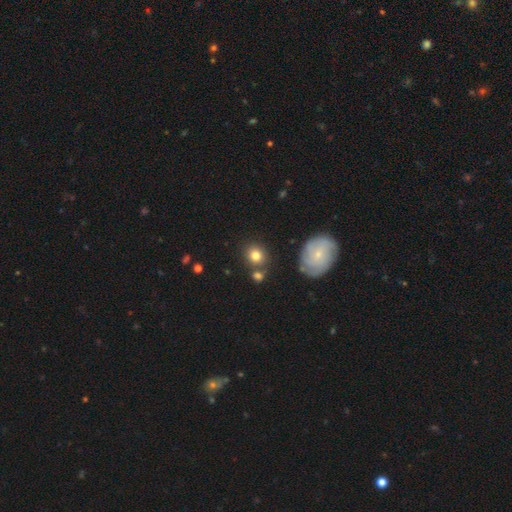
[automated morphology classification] Smooth or featured? Predicted: smooth (p=0.78). How rounded? Predicted: round (p=0.78). Merging? Predicted: none (p=0.74).